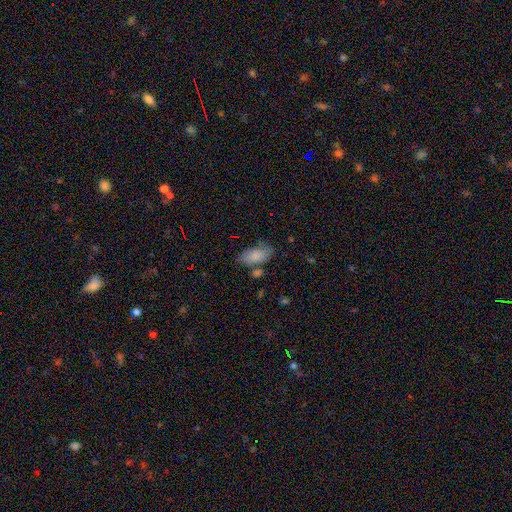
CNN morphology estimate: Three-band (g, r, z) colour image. It shows a smooth galaxy with no disk features (82%) that is in between round and cigar-shaped (93%). Merging: none (57%).